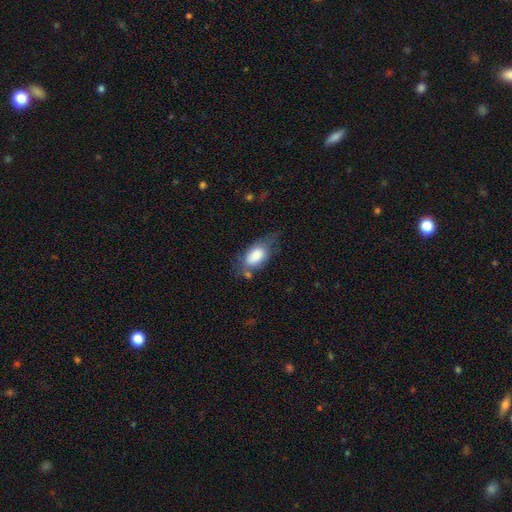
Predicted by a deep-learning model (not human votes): smooth-or-featured: smooth: 78% | featured or disk: 15% | star or artifact: 7%
  how-rounded: in between: 90% | round: 6% | cigar-shaped: 5%
  merging: none: 46% | minor disturbance: 32% | major disturbance: 16% | merger: 7%